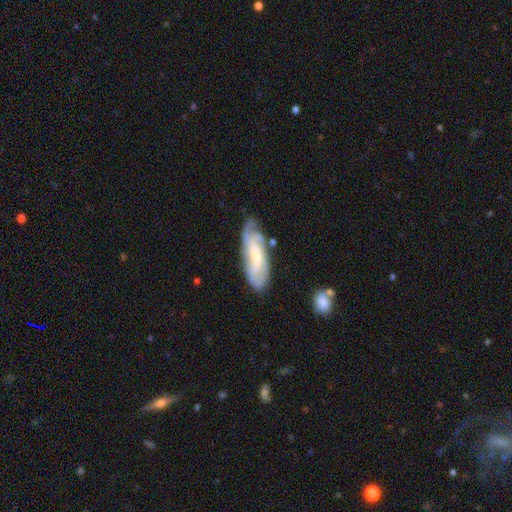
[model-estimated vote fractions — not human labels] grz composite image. It shows a featured or disk galaxy (67%) with no bar (44%), tight (46%) spiral arms (89%) and a small central bulge (49%). Merging: none (64%).